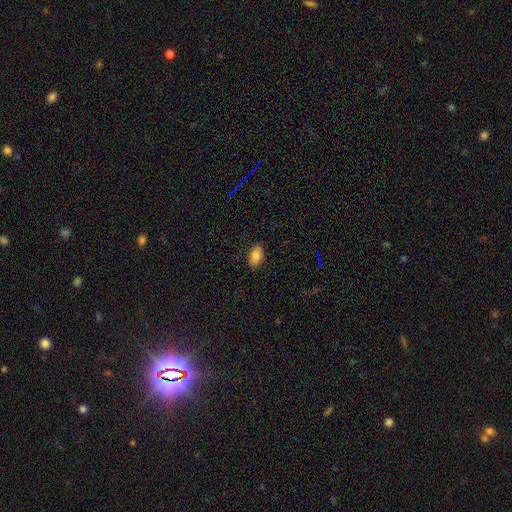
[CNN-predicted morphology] type=smooth (82%); roundness=in between (92%); merging=none (86%).